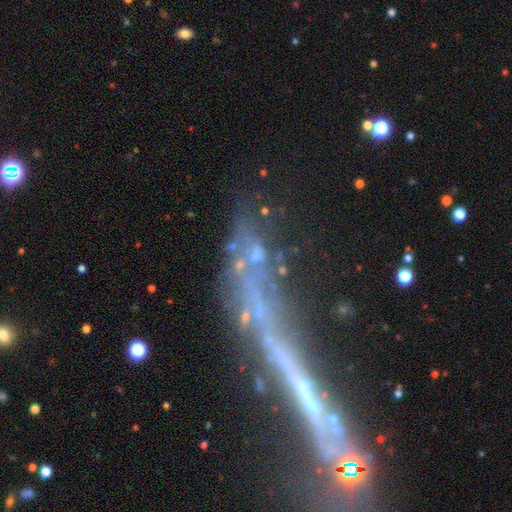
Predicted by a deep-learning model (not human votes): A featured or disk galaxy (43%).

Vote fractions:
- Smooth or featured? featured or disk: 43% / star or artifact: 30% / smooth: 26%
- Merging? none: 40% / major disturbance: 24% / merger: 21% / minor disturbance: 16%